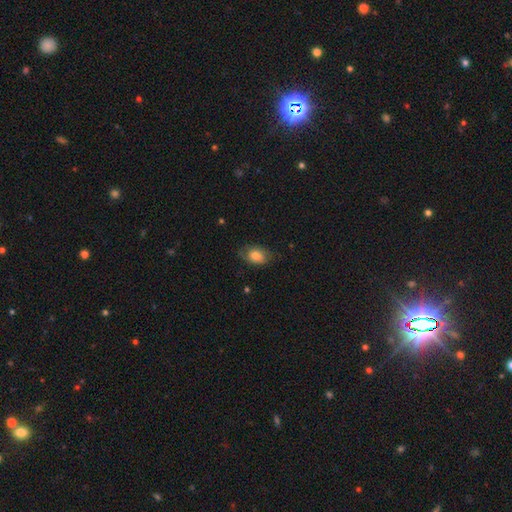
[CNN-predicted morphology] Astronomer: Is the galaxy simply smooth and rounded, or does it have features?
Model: smooth — 72%.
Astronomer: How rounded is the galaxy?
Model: in between — 83%.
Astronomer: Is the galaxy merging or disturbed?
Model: none — 67%.